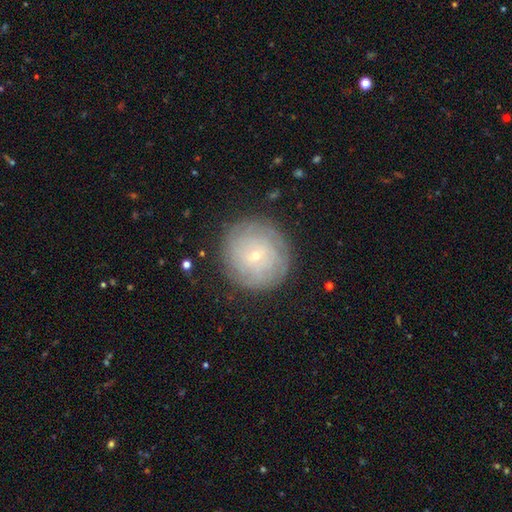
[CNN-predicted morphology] A featured or disk galaxy (52%) with no bar (79%), spiral arms (72%) and a small central bulge (86%). Merging: none (84%).